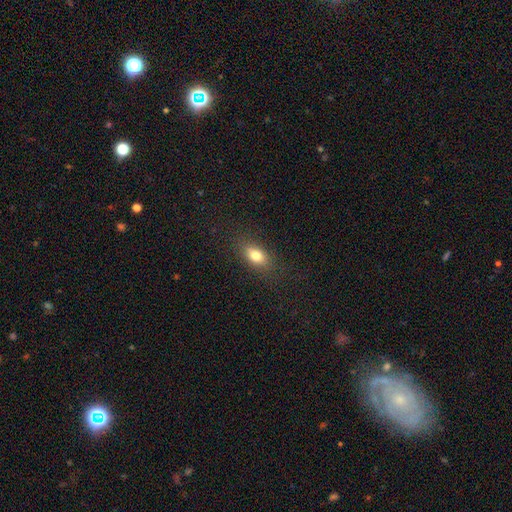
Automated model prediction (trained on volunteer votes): This appears to be a smooth galaxy with no disk features (79%) that is in between round and cigar-shaped (83%). Merging: none (85%).